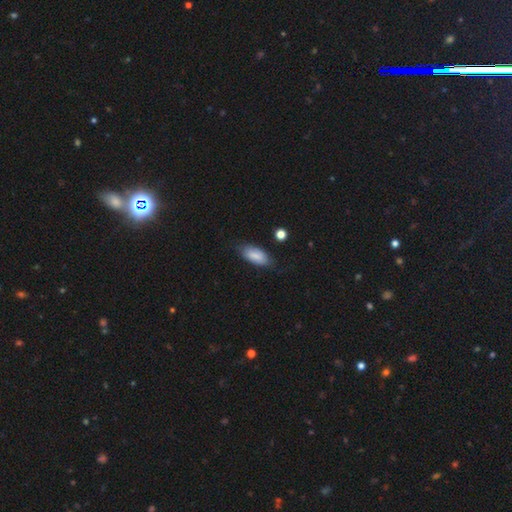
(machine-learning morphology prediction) A smooth galaxy with no disk features (83%) that is in between round and cigar-shaped (84%). Merging: none (74%).